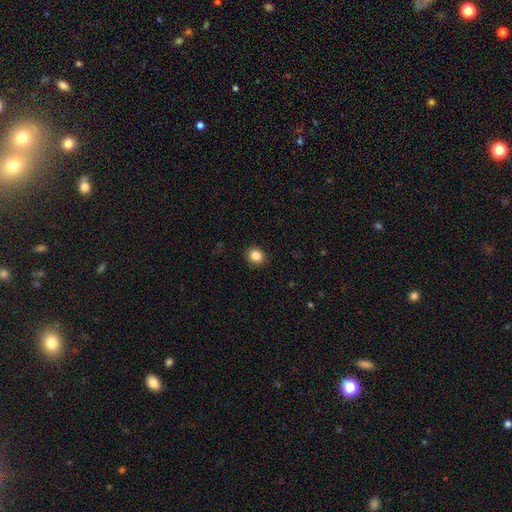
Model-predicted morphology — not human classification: type=smooth (85%); roundness=round (78%); merging=none (91%).